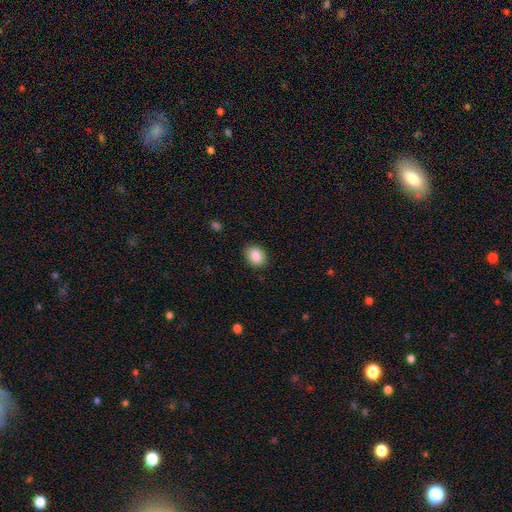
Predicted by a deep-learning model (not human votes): smooth 88%, star or artifact 8%, featured or disk 4%. Down the decision tree: how rounded — in between (61%); merging — none (86%).